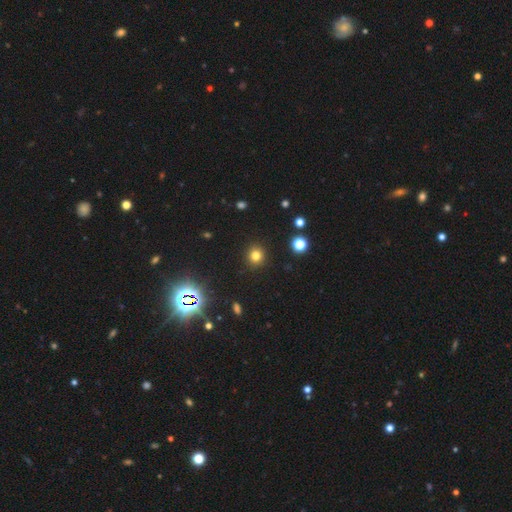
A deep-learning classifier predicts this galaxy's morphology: smooth 76%, star or artifact 18%, featured or disk 6%. Down the decision tree: how rounded — round (89%); merging — none (91%).